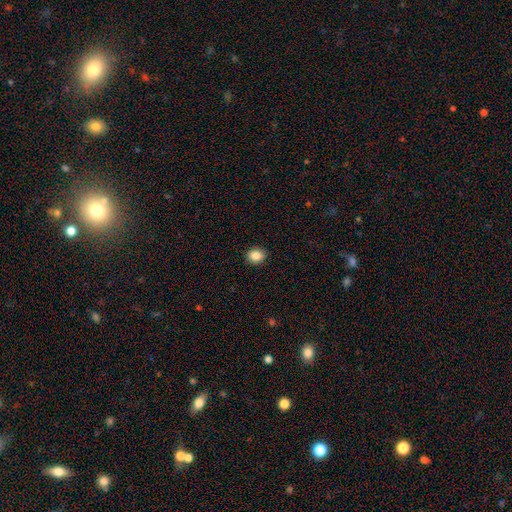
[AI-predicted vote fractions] Smooth or featured? smooth (86%)
How rounded? round (60%)
Merging? none (91%)